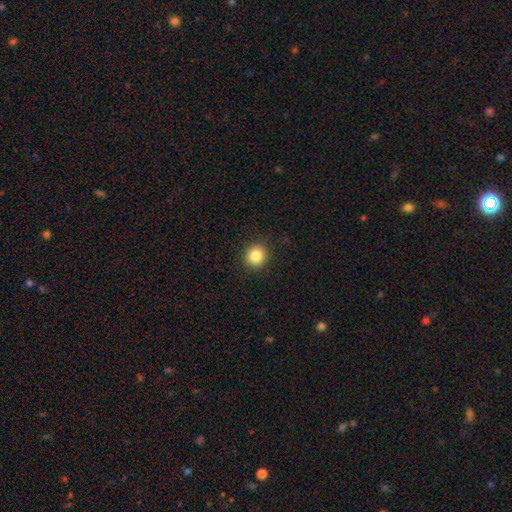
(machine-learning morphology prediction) smooth-or-featured: smooth: 85% | star or artifact: 10% | featured or disk: 5%
  how-rounded: round: 91% | in between: 8% | cigar-shaped: 1%
  merging: none: 92% | minor disturbance: 6% | major disturbance: 2% | merger: 1%